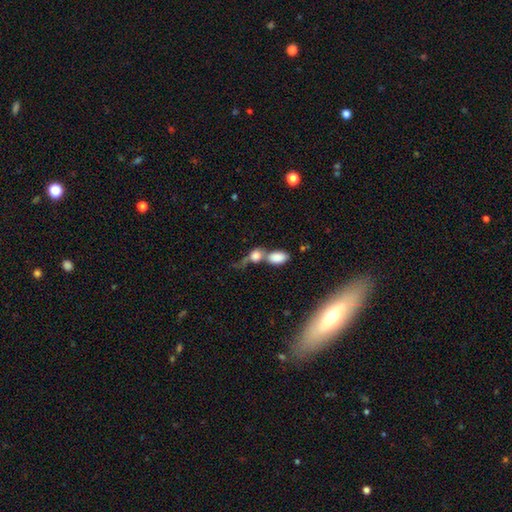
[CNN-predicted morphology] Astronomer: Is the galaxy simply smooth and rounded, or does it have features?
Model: smooth — 78%.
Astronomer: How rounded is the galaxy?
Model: in between — 68%.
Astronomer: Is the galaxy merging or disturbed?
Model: merger — 64%.